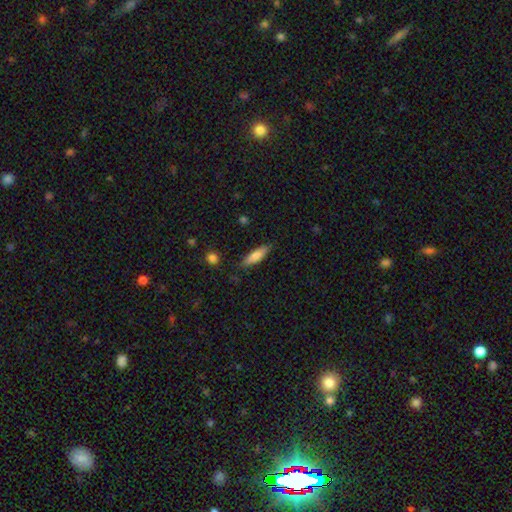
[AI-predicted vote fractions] Smooth or featured: smooth — 74% (featured or disk — 19%)
How rounded: cigar-shaped — 60% (in between — 38%)
Merging: none — 83% (minor disturbance — 12%)